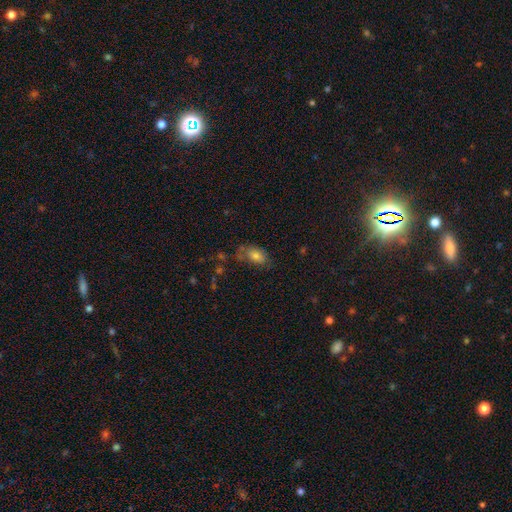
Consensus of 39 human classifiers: Overall: smooth (79%). How rounded: in between (74%). Merging: none (47%; minor disturbance 22%).